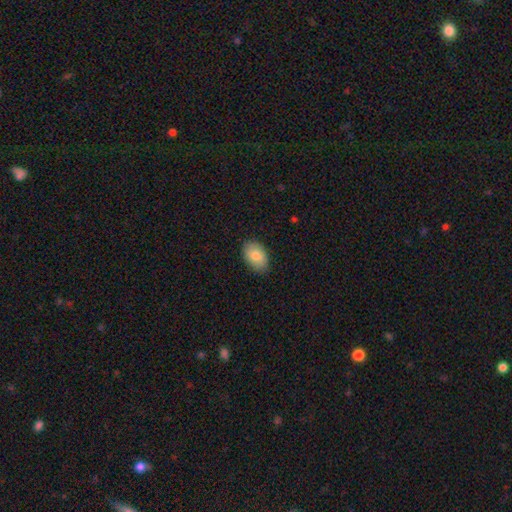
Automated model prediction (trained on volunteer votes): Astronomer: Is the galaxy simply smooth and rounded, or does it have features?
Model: smooth — 82%.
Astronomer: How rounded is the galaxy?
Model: in between — 88%.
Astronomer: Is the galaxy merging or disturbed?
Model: none — 86%.